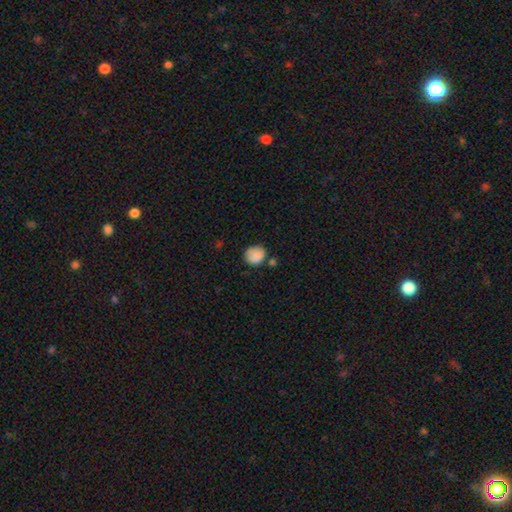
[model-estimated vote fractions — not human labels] The model was most divided on "merging": none: 68%, minor disturbance: 19%, merger: 8%, major disturbance: 5%. More confident: smooth or featured — smooth (86%); how rounded — round (79%).